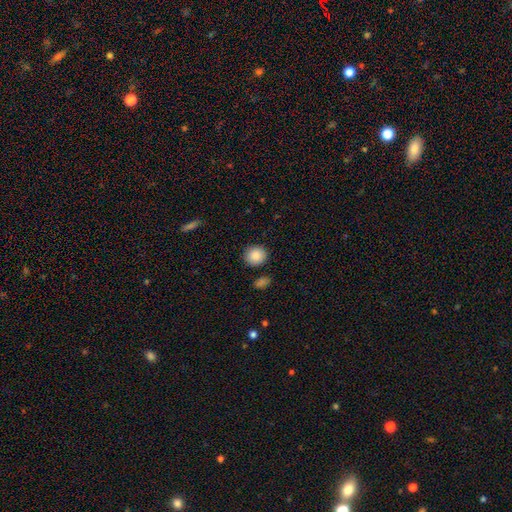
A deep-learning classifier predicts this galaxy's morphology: Smooth or featured? smooth (87%)
How rounded? round (86%)
Merging? none (87%)